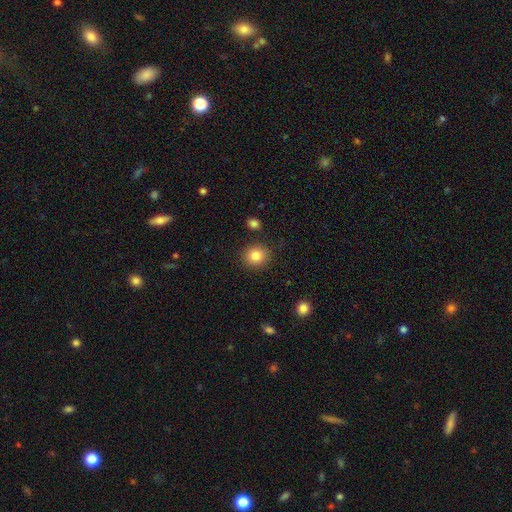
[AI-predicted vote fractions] Overall: smooth (84%). How rounded: round (84%). Merging: none (88%).